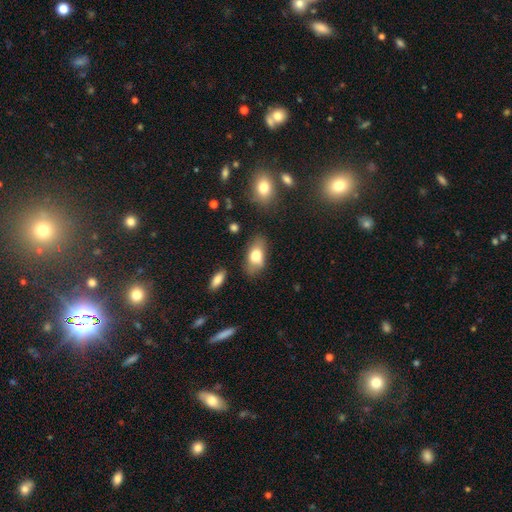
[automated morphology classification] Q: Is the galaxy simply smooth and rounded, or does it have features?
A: smooth — 74%.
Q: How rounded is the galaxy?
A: in between — 89%.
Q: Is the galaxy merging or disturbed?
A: none — 65%.